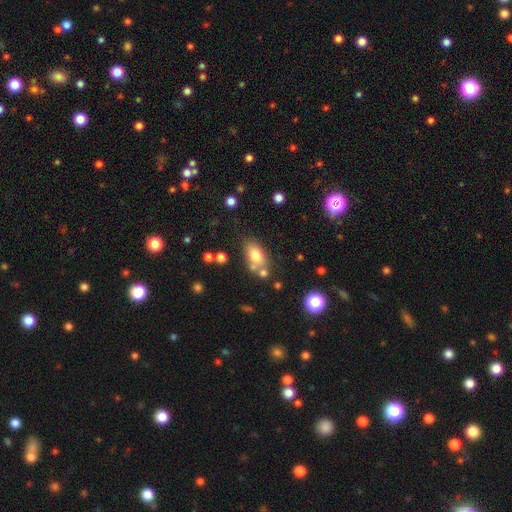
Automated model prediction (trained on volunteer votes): Overall: smooth (74%). How rounded: in between (85%). Merging: none (62%).